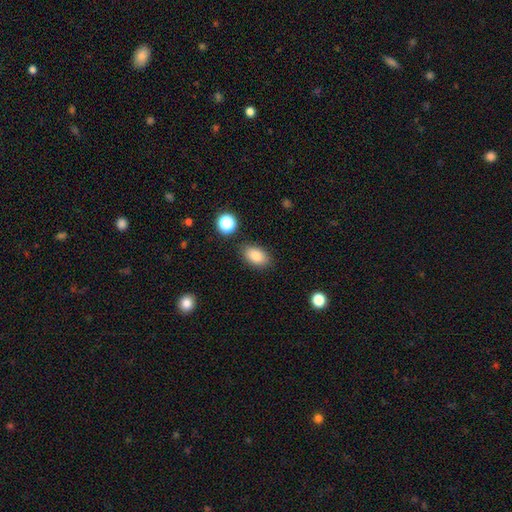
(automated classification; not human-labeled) smooth-or-featured: smooth: 86% | star or artifact: 9% | featured or disk: 5%
  how-rounded: in between: 89% | round: 9% | cigar-shaped: 2%
  merging: none: 83% | minor disturbance: 11% | major disturbance: 3% | merger: 3%